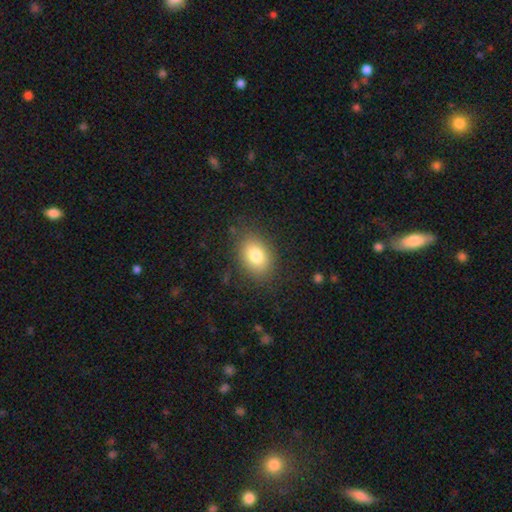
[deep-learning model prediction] smooth-or-featured: smooth: 80% | featured or disk: 10% | star or artifact: 10%
  how-rounded: in between: 74% | round: 25% | cigar-shaped: 1%
  merging: none: 82% | minor disturbance: 12% | major disturbance: 5% | merger: 1%